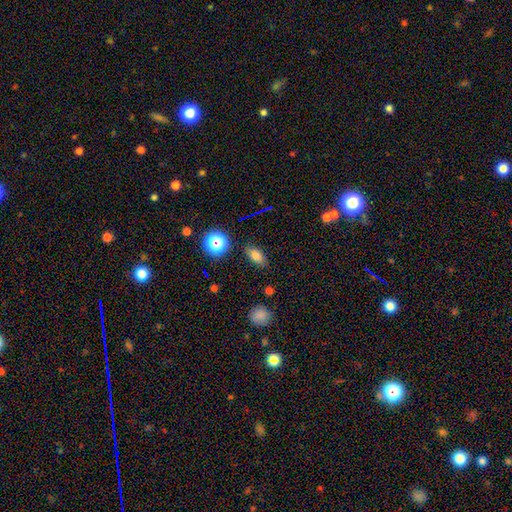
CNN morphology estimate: Overall: smooth (75%). How rounded: in between (80%). Merging: none (84%).